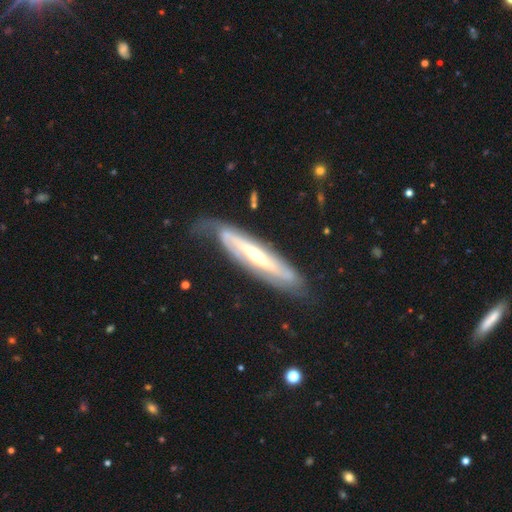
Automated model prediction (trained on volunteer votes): This is clearly a featured or disk galaxy (80%). It is possibly not viewed edge-on (58%). Merging: likely none (63%).